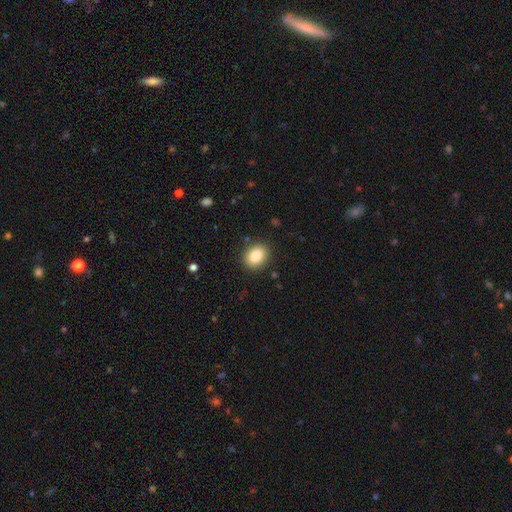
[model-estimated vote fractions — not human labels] Smooth or featured? smooth (85%)
How rounded? in between (55%)
Merging? none (88%)